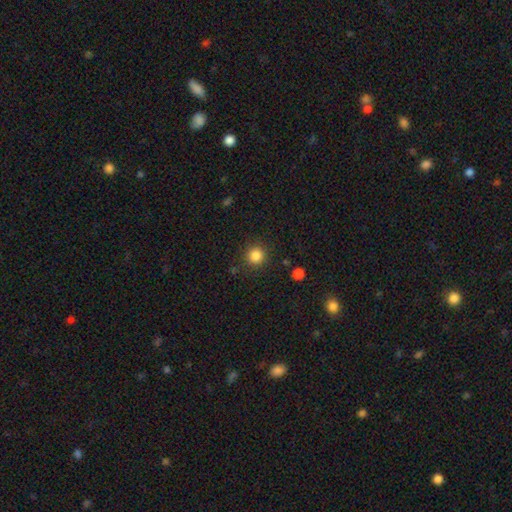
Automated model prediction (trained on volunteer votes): Q: Smooth or featured?
A: smooth (85%); runner-up: star or artifact (11%)
Q: How rounded?
A: round (93%); runner-up: in between (6%)
Q: Merging?
A: none (88%); runner-up: minor disturbance (7%)